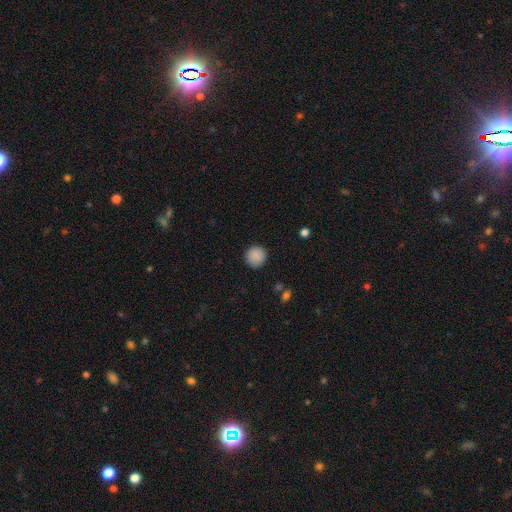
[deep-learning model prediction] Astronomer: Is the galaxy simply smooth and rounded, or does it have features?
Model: smooth — 89%.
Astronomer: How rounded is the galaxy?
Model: round — 94%.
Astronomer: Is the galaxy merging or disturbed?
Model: none — 91%.